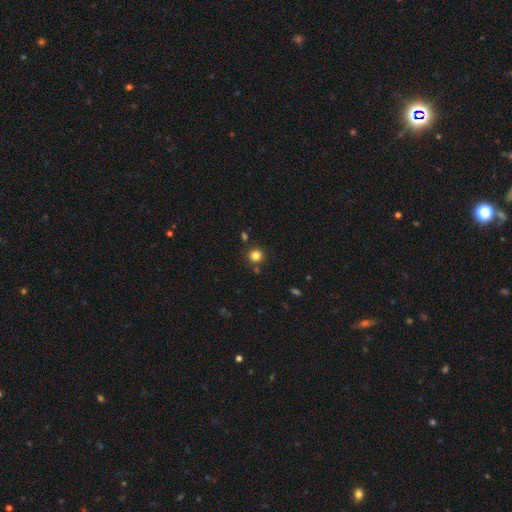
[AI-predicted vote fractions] Smooth or featured? smooth (82%)
How rounded? round (93%)
Merging? none (84%)